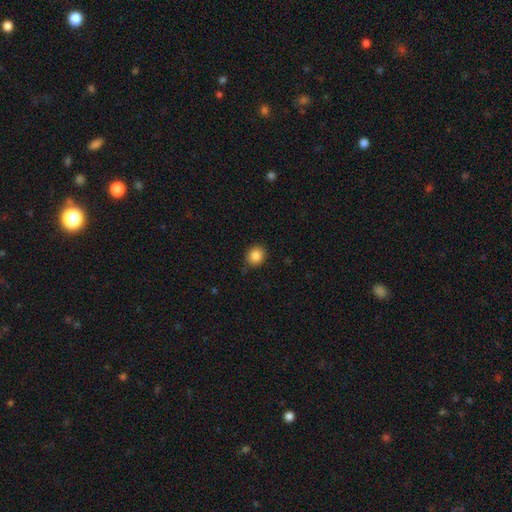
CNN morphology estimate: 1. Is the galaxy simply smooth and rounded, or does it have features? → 86% smooth, 9% star or artifact, 5% featured or disk.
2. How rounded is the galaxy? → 75% round, 24% in between, 1% cigar-shaped.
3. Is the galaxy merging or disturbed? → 82% none, 14% minor disturbance, 3% major disturbance, 1% merger.